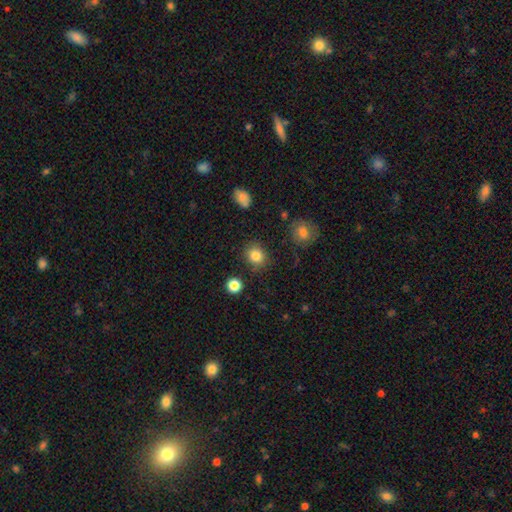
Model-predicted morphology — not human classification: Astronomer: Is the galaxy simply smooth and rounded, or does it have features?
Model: smooth — 83%.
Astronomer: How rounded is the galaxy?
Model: round — 74%.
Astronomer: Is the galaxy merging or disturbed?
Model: none — 83%.